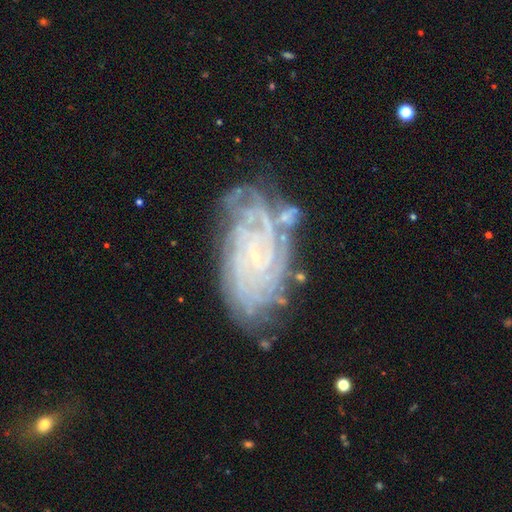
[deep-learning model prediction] A featured or disk galaxy (86%) with no bar (61%), tight (81%) spiral arms (98%) and a small central bulge (86%).

Vote fractions:
- Smooth or featured? featured or disk: 86% / star or artifact: 7% / smooth: 6%
- Edge-on disk? no: 96% / yes: 4%
- Bar? no: 61% / weak: 29% / strong: 10%
- Spiral arms? yes: 98% / no: 2%
- Spiral winding? tight: 81% / medium: 15% / loose: 3%
- Spiral arm count? can't tell: 26% / 4: 23% / more than 4: 19% / 3: 13% / 2: 11% / 1: 8%
- Bulge size? small: 86% / moderate: 6% / none: 6% / large: 1% / dominant: 1%
- Merging? none: 67% / minor disturbance: 20% / major disturbance: 7% / merger: 5%